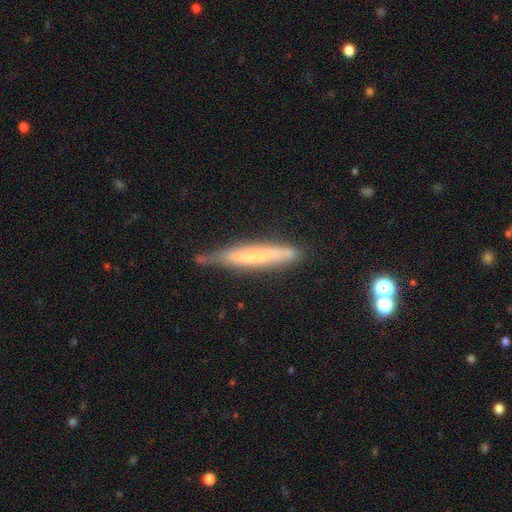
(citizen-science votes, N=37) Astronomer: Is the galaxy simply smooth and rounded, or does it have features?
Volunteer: smooth — 57% (runner-up: featured or disk, 38%).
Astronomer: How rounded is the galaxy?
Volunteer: cigar-shaped — 100%.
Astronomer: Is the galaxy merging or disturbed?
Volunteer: none — 80%.